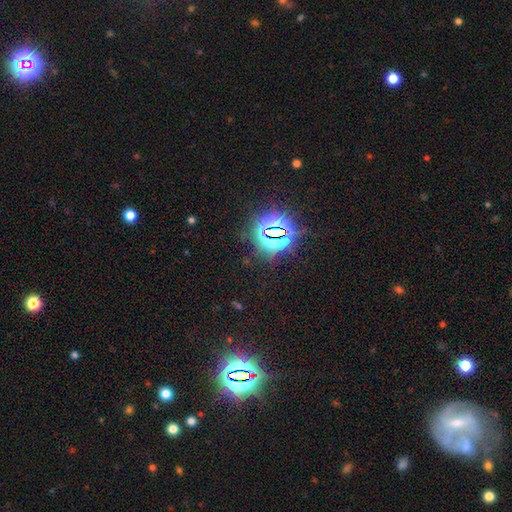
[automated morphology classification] A star or artifact, not a galaxy (82%).

Vote fractions:
- Smooth or featured? star or artifact: 82% / smooth: 11% / featured or disk: 7%